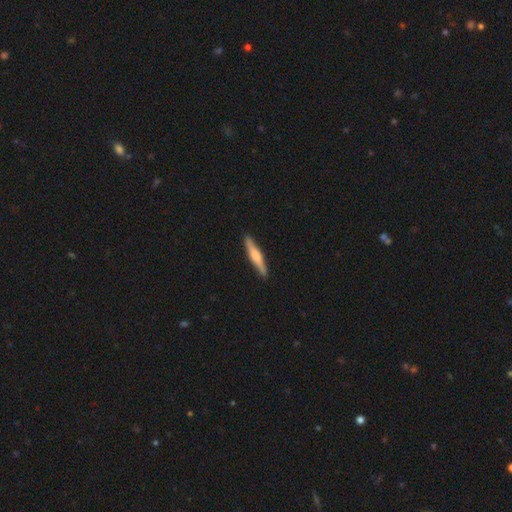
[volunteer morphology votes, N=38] A smooth galaxy with no disk features (53%) that is cigar-shaped (85%). Merging: none (95%).